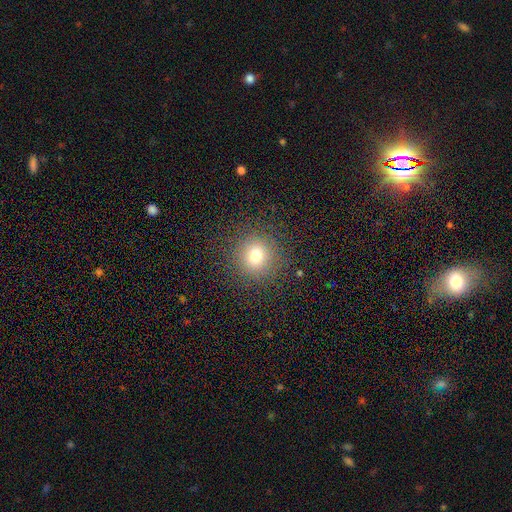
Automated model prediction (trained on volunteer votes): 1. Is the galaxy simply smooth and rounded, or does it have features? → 74% smooth, 17% star or artifact, 9% featured or disk.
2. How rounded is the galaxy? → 93% round, 6% in between, 1% cigar-shaped.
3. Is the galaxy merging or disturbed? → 87% none, 7% minor disturbance, 4% major disturbance, 1% merger.